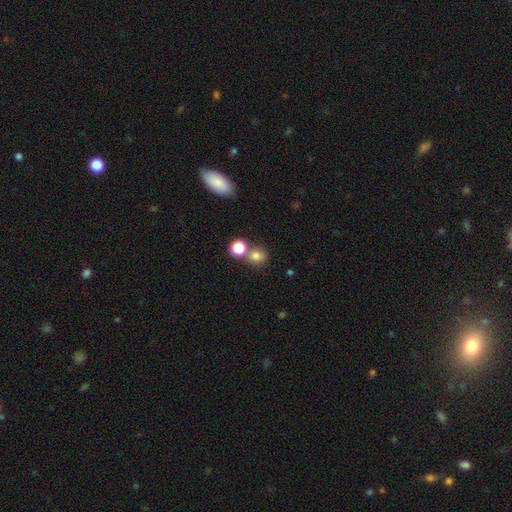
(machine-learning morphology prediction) type=smooth (78%); roundness=round (84%); merging=none (60%).